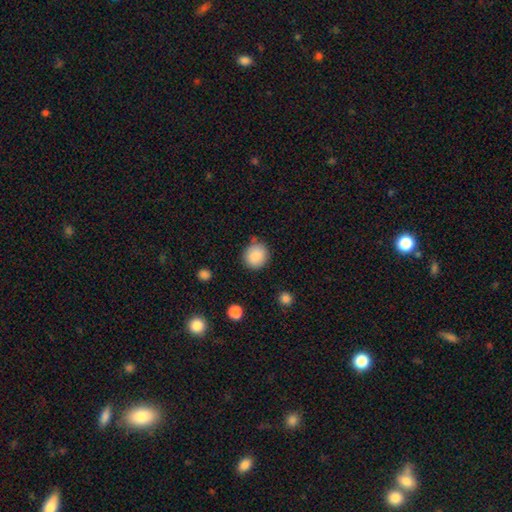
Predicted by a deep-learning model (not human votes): Smooth or featured: smooth — 88% (star or artifact — 8%)
How rounded: round — 86% (in between — 13%)
Merging: none — 81% (minor disturbance — 13%)